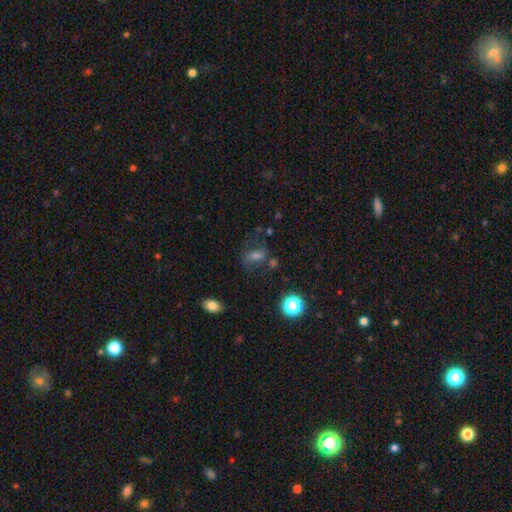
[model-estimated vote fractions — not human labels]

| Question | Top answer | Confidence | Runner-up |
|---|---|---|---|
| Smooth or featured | smooth | 51% | featured or disk (27%) |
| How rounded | in between | 68% | round (27%) |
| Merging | none | 57% | minor disturbance (20%) |